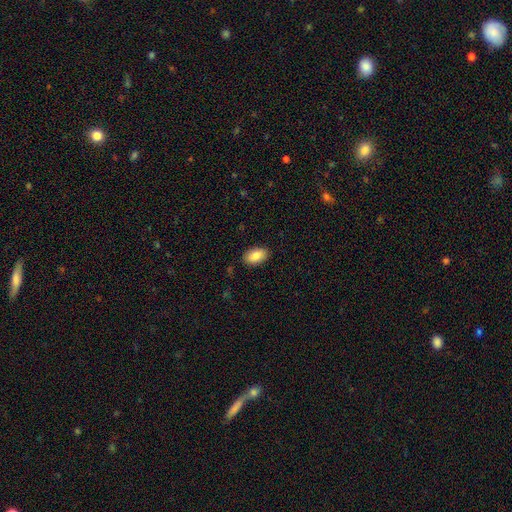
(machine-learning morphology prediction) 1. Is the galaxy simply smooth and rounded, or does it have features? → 86% smooth, 7% featured or disk, 7% star or artifact.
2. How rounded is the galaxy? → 93% in between, 6% round, 1% cigar-shaped.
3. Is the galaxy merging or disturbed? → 88% none, 9% minor disturbance, 2% major disturbance, 1% merger.